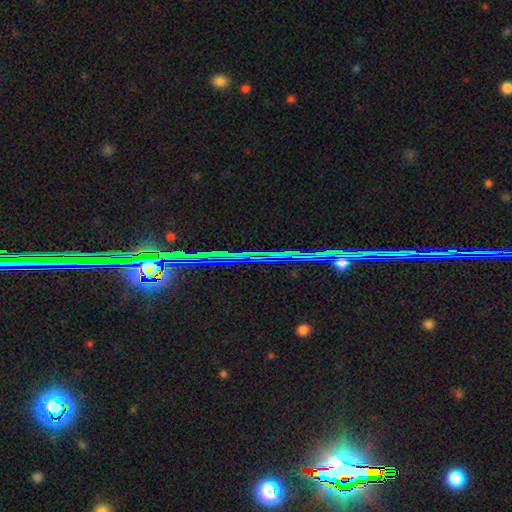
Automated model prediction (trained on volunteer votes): Smooth or featured? star or artifact (82%)